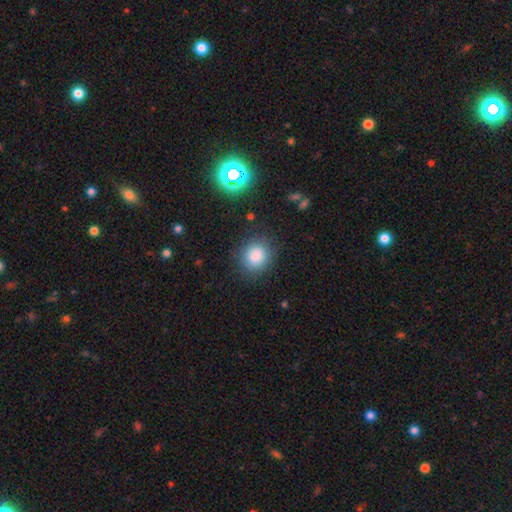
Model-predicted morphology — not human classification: This is clearly a smooth galaxy (84%). How rounded: clearly round (80%). Merging: clearly none (84%).